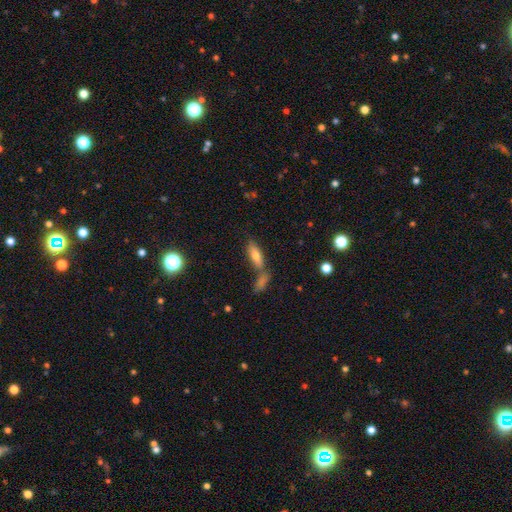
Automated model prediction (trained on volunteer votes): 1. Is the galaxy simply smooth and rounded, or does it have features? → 71% smooth, 21% featured or disk, 8% star or artifact.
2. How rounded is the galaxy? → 57% in between, 40% cigar-shaped, 3% round.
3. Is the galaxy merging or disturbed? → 59% none, 25% merger, 12% minor disturbance, 4% major disturbance.